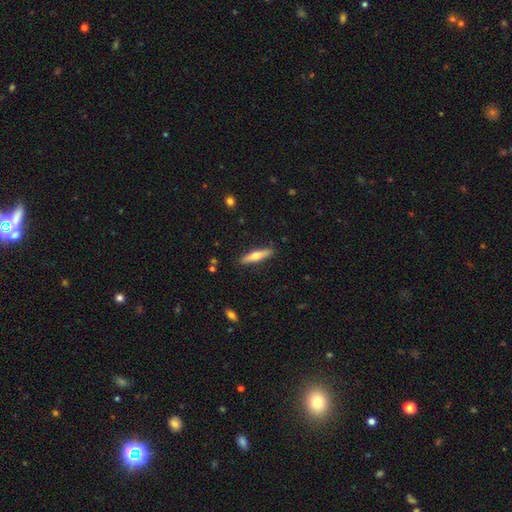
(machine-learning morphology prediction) smooth_or_featured: smooth (p=0.56) [alt: featured or disk p=0.39]
how_rounded: cigar-shaped (p=0.83) [alt: in between p=0.16]
merging: none (p=0.89) [alt: minor disturbance p=0.08]